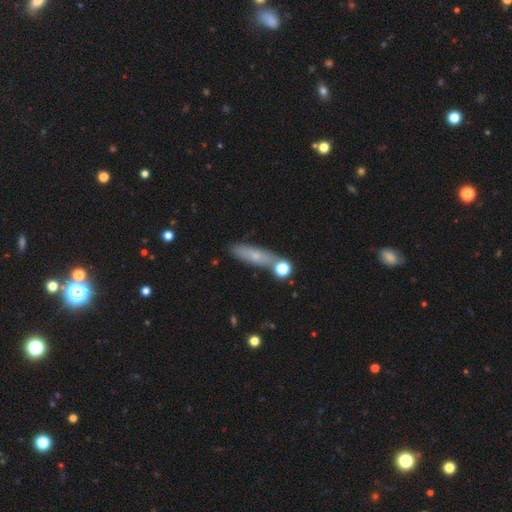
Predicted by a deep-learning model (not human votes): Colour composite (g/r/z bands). It shows a smooth galaxy with no disk features (64%) that is cigar-shaped (67%). Merging: none (71%).